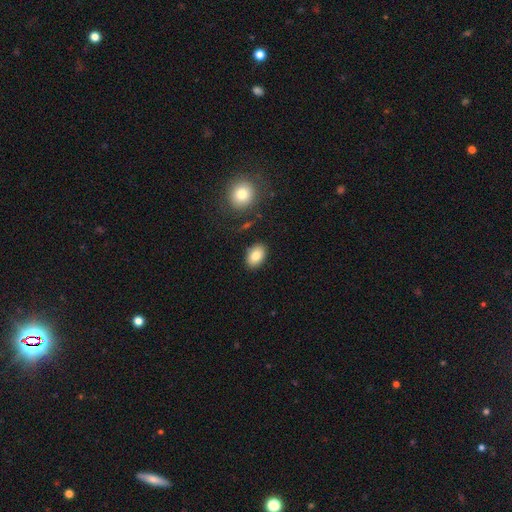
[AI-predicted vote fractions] Q: Smooth or featured?
A: smooth (83%); runner-up: featured or disk (9%)
Q: How rounded?
A: in between (83%); runner-up: round (15%)
Q: Merging?
A: none (85%); runner-up: minor disturbance (9%)